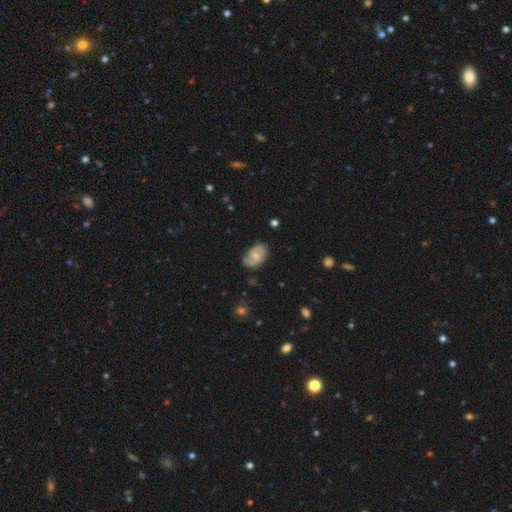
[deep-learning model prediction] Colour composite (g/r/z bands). It shows a featured or disk galaxy (59%) with no bar (48%), spiral arms (86%) and a small central bulge (46%). Merging: none (74%).